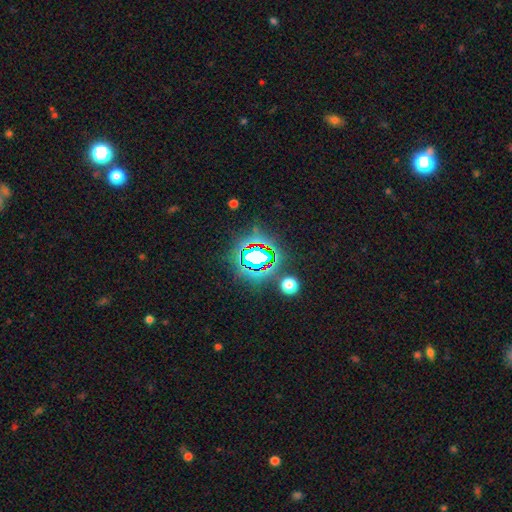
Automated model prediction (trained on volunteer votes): smooth-or-featured: star or artifact: 71% | smooth: 17% | featured or disk: 11%